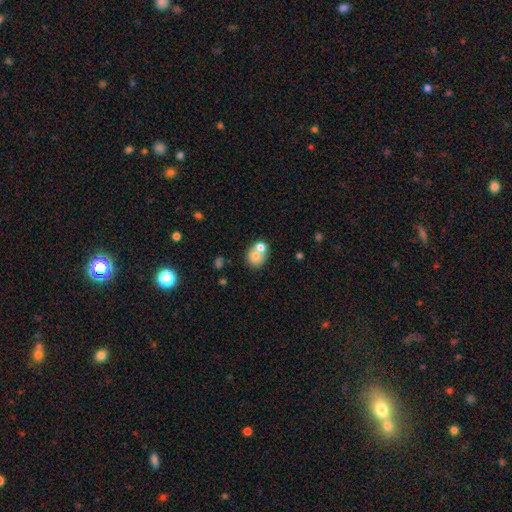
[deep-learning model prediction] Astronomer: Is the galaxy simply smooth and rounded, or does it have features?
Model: smooth — 70%.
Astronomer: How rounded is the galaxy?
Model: round — 67%.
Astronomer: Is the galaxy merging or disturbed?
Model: merger — 48% (runner-up: none, 39%).